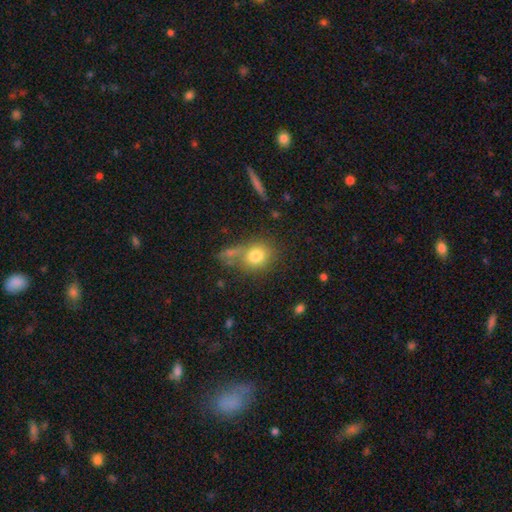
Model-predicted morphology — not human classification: smooth 78%, featured or disk 11%, star or artifact 11%. Down the decision tree: how rounded — round (66%); merging — none (56%).